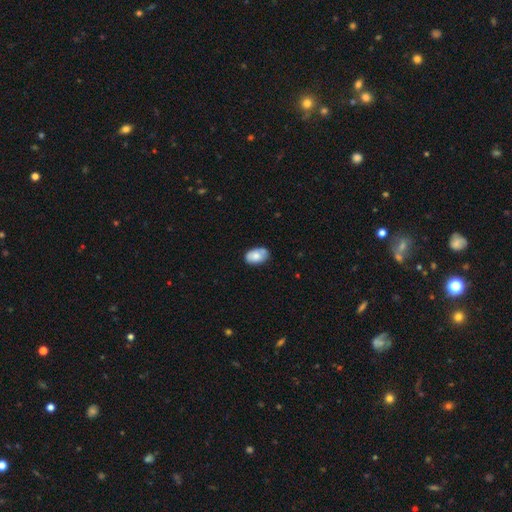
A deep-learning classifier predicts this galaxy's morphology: Smooth or featured?
  - smooth: 77% *
  - featured or disk: 16%
  - star or artifact: 7%
How rounded?
  - in between: 90% *
  - round: 8%
  - cigar-shaped: 1%
Merging?
  - none: 70% *
  - minor disturbance: 22%
  - merger: 4%
  - major disturbance: 4%